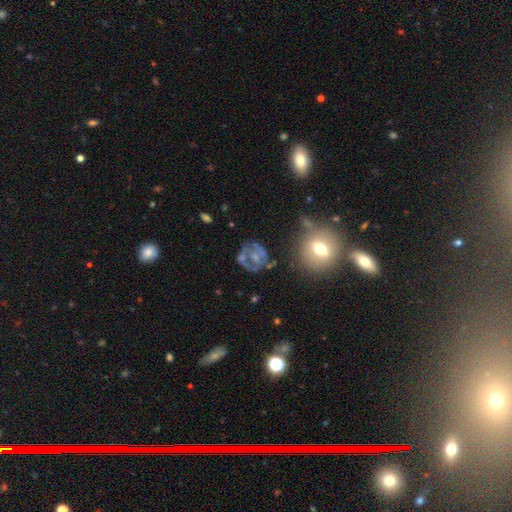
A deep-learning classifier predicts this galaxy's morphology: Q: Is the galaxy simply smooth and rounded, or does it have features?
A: featured or disk — 59%.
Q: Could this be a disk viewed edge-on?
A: no — 97%.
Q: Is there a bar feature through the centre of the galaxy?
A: no — 68%.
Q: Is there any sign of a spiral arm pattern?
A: no — 64%.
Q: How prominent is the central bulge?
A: moderate — 38%.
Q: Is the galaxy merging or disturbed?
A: none — 49%.